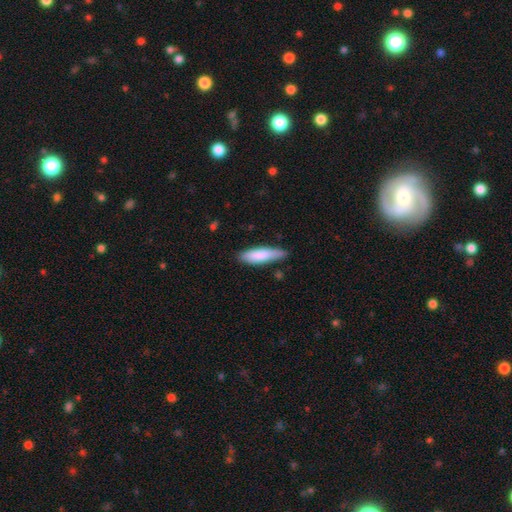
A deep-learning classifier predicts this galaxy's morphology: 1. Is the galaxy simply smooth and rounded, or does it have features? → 77% smooth, 16% featured or disk, 7% star or artifact.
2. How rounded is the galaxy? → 72% cigar-shaped, 26% in between, 1% round.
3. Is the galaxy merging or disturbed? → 80% none, 16% minor disturbance, 3% major disturbance, 2% merger.